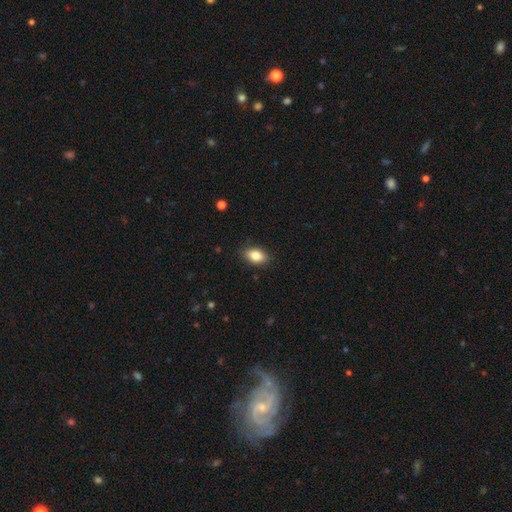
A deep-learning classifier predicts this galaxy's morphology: Smooth or featured?
  - smooth: 84% *
  - featured or disk: 9%
  - star or artifact: 8%
How rounded?
  - in between: 87% *
  - round: 10%
  - cigar-shaped: 3%
Merging?
  - none: 86% *
  - minor disturbance: 10%
  - major disturbance: 2%
  - merger: 1%